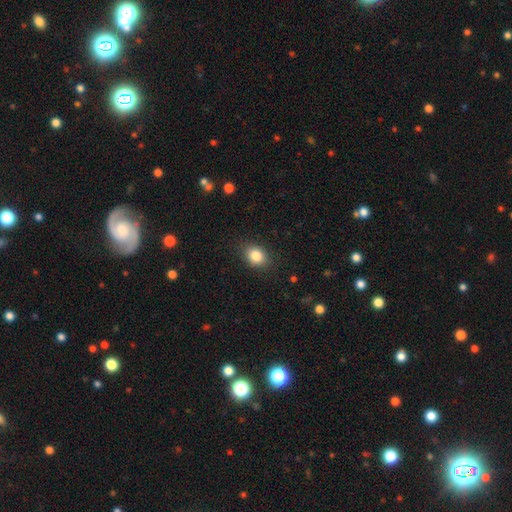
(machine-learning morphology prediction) The model was most divided on "how rounded": in between: 56%, round: 43%, cigar-shaped: 1%. More confident: merging — none (85%); smooth or featured — smooth (84%).